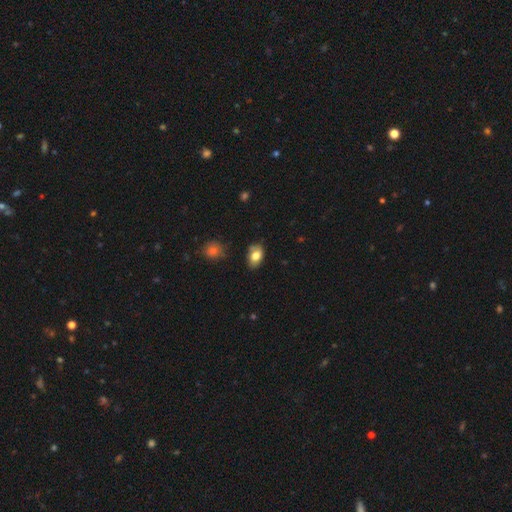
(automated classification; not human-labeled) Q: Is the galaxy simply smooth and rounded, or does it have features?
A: smooth — 79%.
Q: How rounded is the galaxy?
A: in between — 85%.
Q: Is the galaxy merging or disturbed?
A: none — 76%.